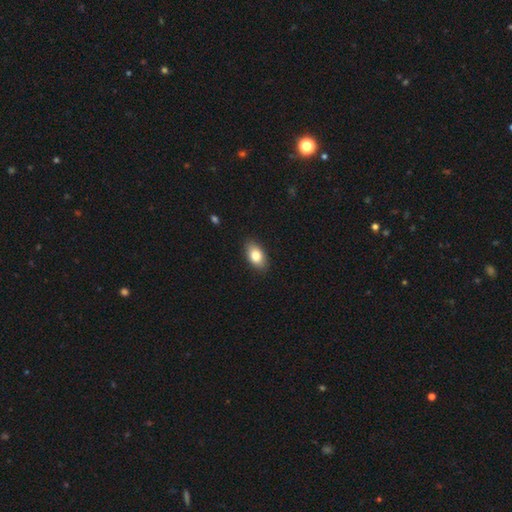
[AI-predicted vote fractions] Morphology: type=smooth (82%); roundness=in between (91%); merging=none (88%).